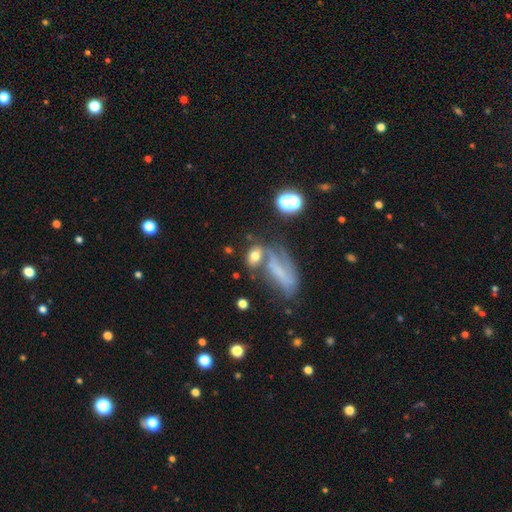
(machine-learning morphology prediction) Overall: smooth (60%; featured or disk 26%). How rounded: in between (69%). Merging: none (37%; merger 34%).